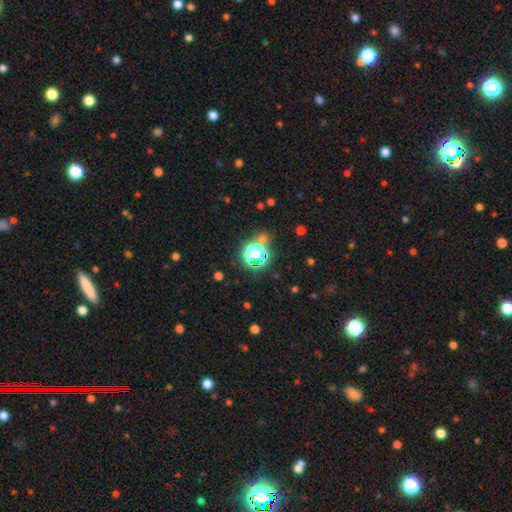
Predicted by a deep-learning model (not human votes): Smooth or featured? Predicted: star or artifact (p=0.55).